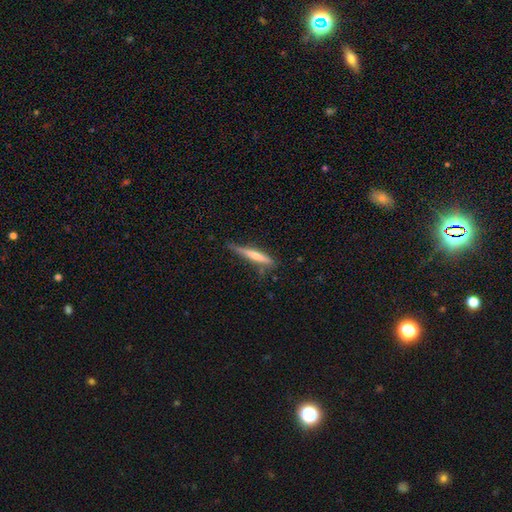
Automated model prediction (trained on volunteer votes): Q: Smooth or featured?
A: smooth (55%); runner-up: featured or disk (40%)
Q: How rounded?
A: cigar-shaped (93%); runner-up: in between (6%)
Q: Merging?
A: none (64%); runner-up: minor disturbance (27%)